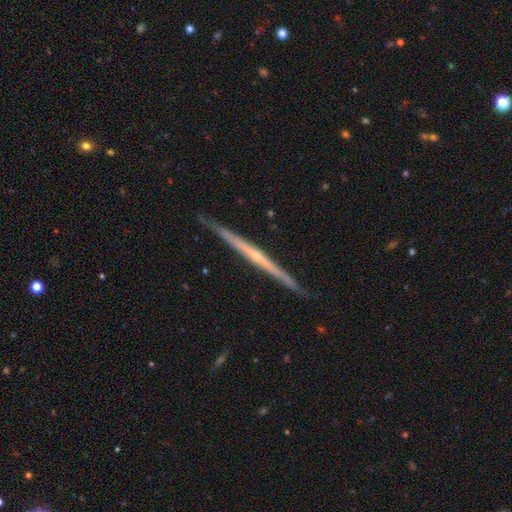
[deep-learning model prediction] Smooth or featured?
  - featured or disk: 77% *
  - smooth: 18%
  - star or artifact: 5%
Edge-on disk?
  - yes: 98% *
  - no: 2%
Edge-on bulge?
  - none: 54% *
  - rounded: 42%
  - boxy: 4%
Merging?
  - none: 88% *
  - minor disturbance: 9%
  - major disturbance: 1%
  - merger: 1%